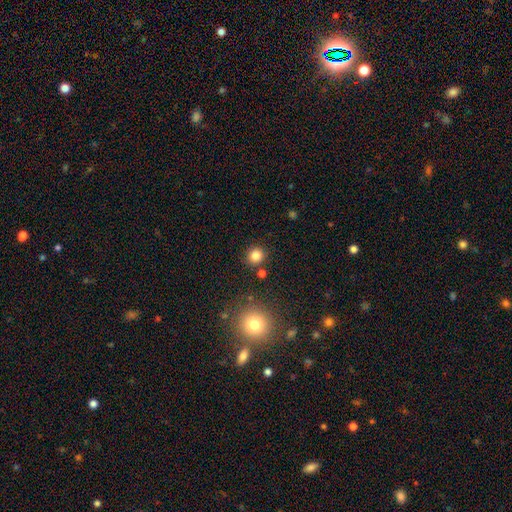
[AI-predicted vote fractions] smooth_or_featured: smooth (p=0.82) [alt: star or artifact p=0.13]
how_rounded: round (p=0.87) [alt: in between p=0.12]
merging: none (p=0.85) [alt: minor disturbance p=0.07]